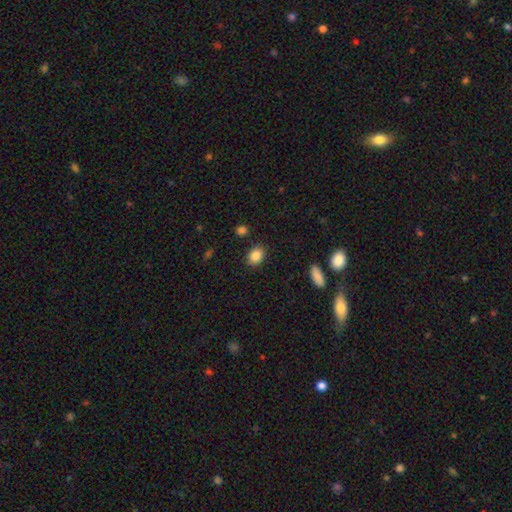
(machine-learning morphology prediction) Smooth or featured? smooth (87%)
How rounded? in between (61%)
Merging? none (86%)